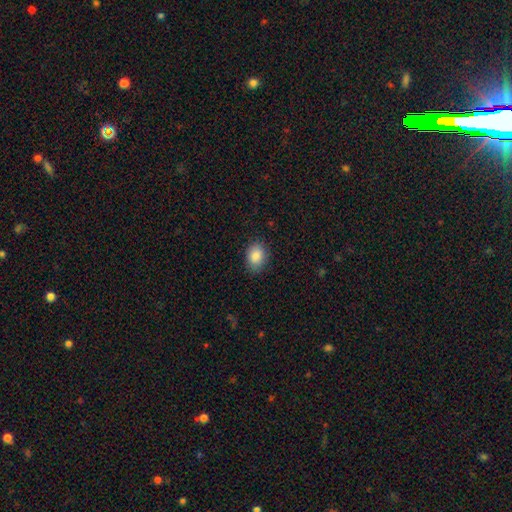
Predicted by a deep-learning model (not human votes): smooth-or-featured: smooth: 88% | star or artifact: 8% | featured or disk: 4%
  how-rounded: in between: 66% | round: 33% | cigar-shaped: 1%
  merging: none: 85% | minor disturbance: 11% | major disturbance: 3% | merger: 1%